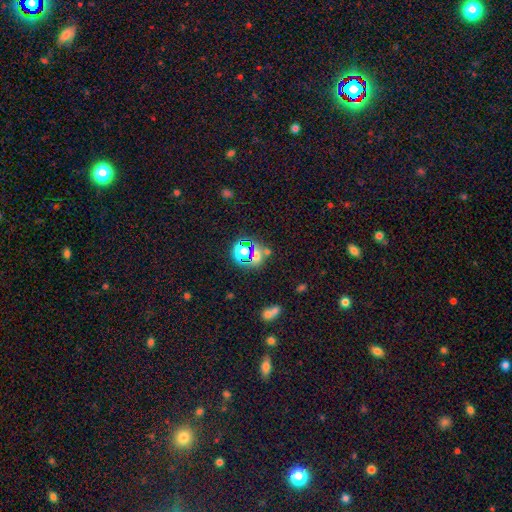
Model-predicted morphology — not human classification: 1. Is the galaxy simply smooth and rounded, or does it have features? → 57% star or artifact, 33% smooth, 10% featured or disk.